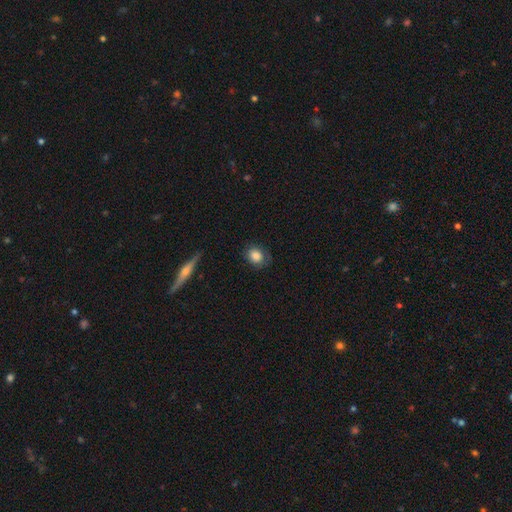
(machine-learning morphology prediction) Smooth or featured? smooth (83%)
How rounded? round (54%)
Merging? none (68%)